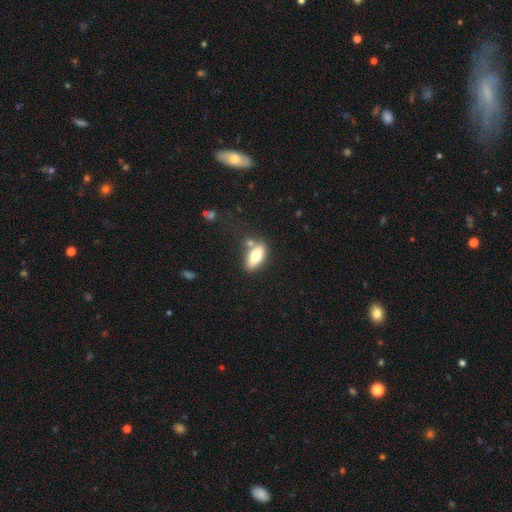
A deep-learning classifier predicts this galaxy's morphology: A smooth galaxy with no disk features (71%) that is in between round and cigar-shaped (82%). Merging: none (66%).